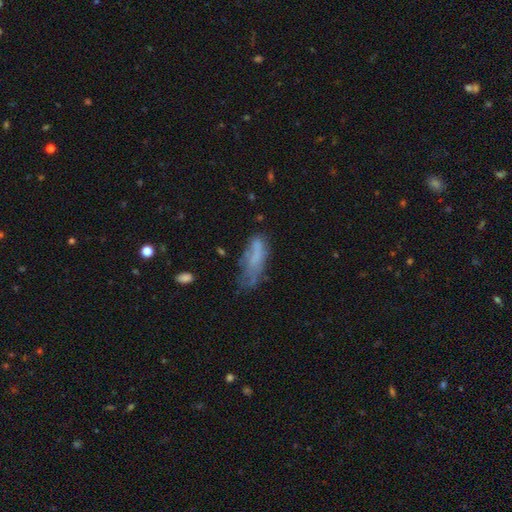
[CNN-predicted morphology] Smooth or featured: smooth — 57% (featured or disk — 32%)
How rounded: in between — 58% (cigar-shaped — 40%)
Merging: none — 38% (minor disturbance — 31%)